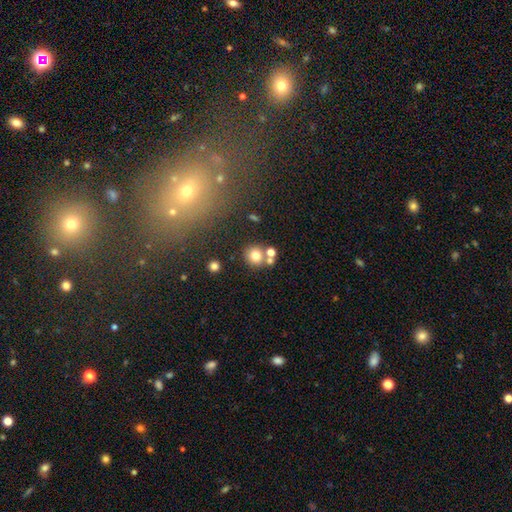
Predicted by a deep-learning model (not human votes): smooth 76%, star or artifact 13%, featured or disk 11%. Down the decision tree: how rounded — round (88%); merging — none (65%).